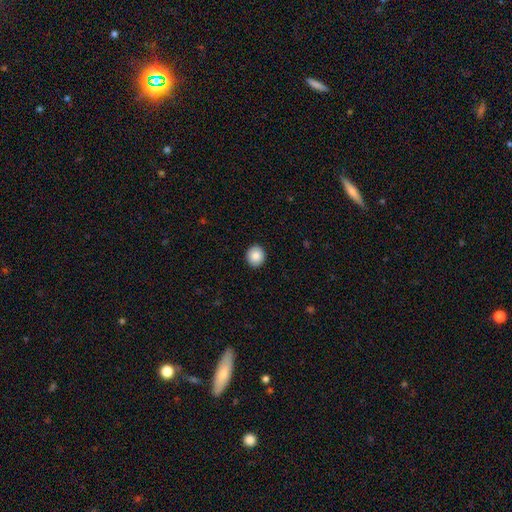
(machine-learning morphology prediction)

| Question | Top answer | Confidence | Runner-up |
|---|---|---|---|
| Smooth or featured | smooth | 87% | star or artifact (8%) |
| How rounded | round | 84% | in between (15%) |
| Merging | none | 92% | minor disturbance (5%) |